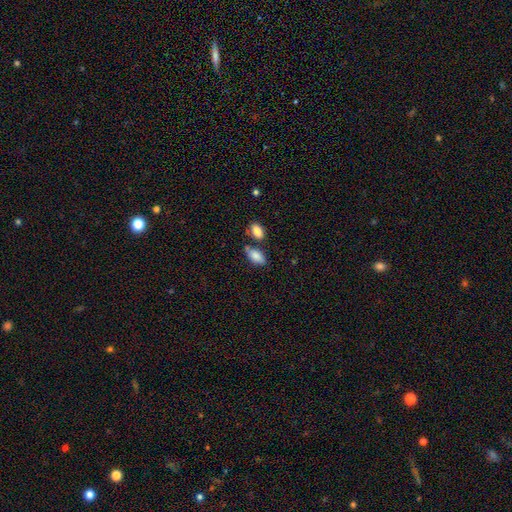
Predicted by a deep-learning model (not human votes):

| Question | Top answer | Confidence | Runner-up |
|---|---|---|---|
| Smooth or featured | smooth | 84% | featured or disk (9%) |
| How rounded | in between | 92% | round (4%) |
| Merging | none | 60% | merger (19%) |